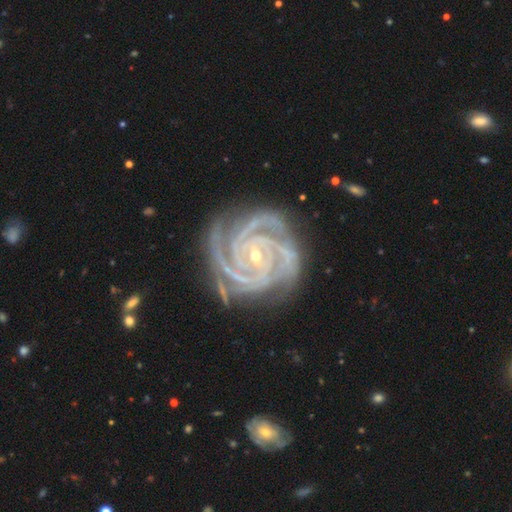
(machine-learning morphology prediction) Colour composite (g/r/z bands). It shows a featured or disk galaxy (93%) with no bar (51%), 3 (40%) tight (83%) spiral arms (99%) and a small central bulge (76%). Merging: none (76%).